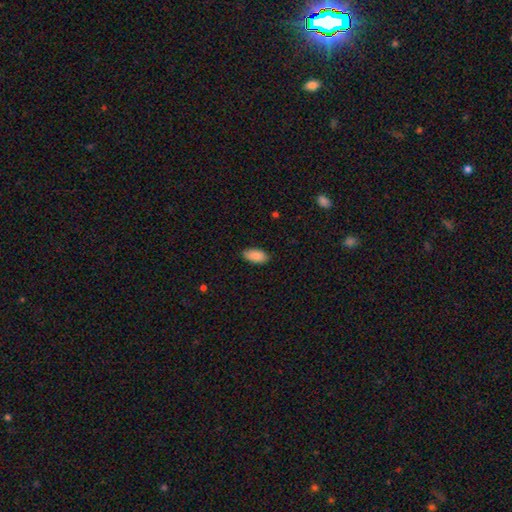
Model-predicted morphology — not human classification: smooth_or_featured: smooth (p=0.89) [alt: star or artifact p=0.06]
how_rounded: in between (p=0.93) [alt: cigar-shaped p=0.05]
merging: none (p=0.88) [alt: minor disturbance p=0.09]